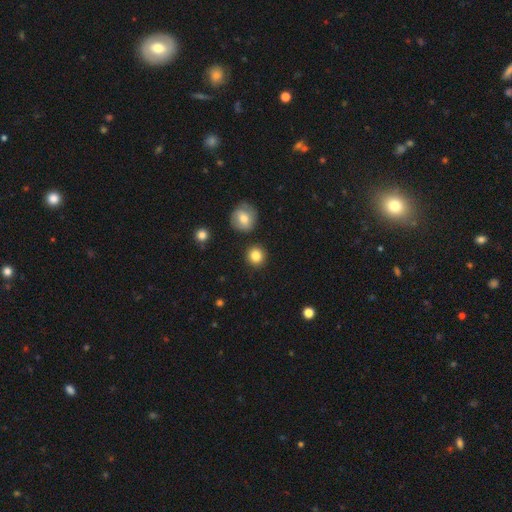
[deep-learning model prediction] Q: Smooth or featured?
A: smooth (84%); runner-up: star or artifact (10%)
Q: How rounded?
A: round (91%); runner-up: in between (8%)
Q: Merging?
A: none (87%); runner-up: minor disturbance (7%)